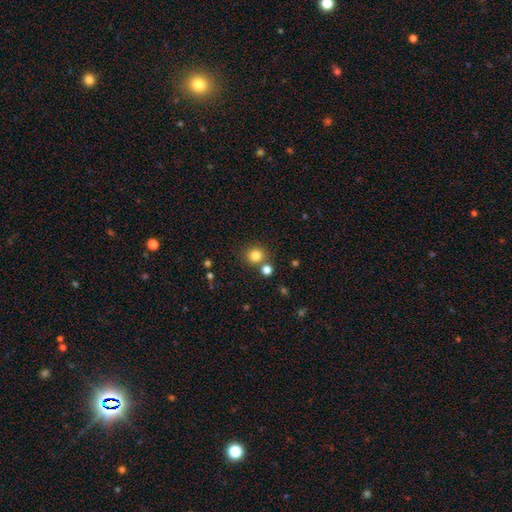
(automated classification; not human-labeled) A smooth galaxy with no disk features (81%) that is round (89%). Merging: none (76%).